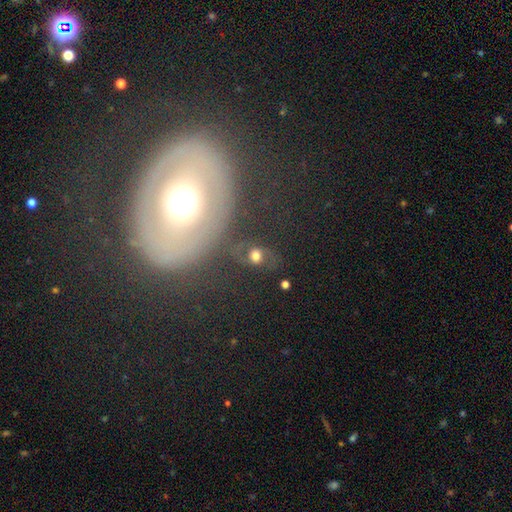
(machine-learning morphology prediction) This appears to be a featured or disk galaxy (45%). Merging: none (64%).